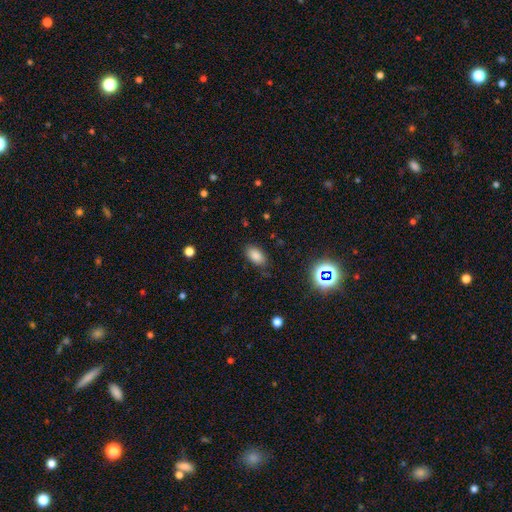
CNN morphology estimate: The model was most divided on "smooth or featured": smooth: 81%, star or artifact: 13%, featured or disk: 6%. More confident: how rounded — in between (92%); merging — none (82%).